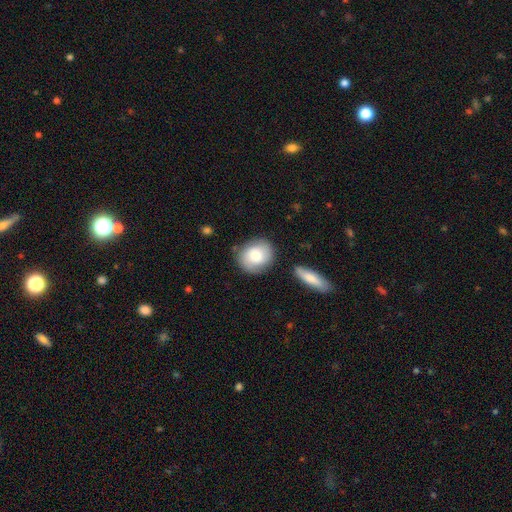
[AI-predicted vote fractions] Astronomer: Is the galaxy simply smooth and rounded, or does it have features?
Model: smooth — 70%.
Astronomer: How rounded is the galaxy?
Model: round — 75%.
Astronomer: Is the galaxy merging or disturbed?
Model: none — 78%.